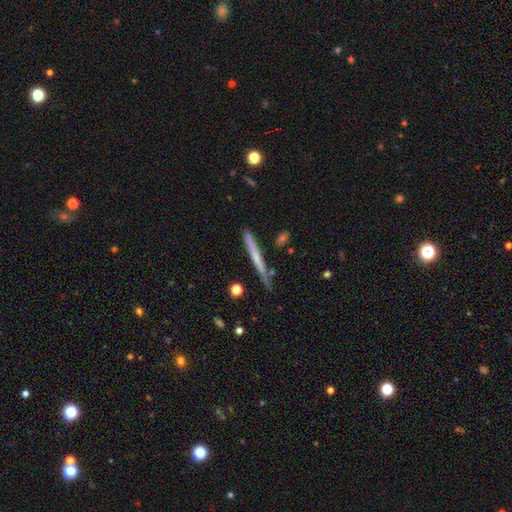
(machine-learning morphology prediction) smooth-or-featured: featured or disk: 48% | smooth: 46% | star or artifact: 6%
  merging: none: 82% | minor disturbance: 13% | merger: 3% | major disturbance: 2%